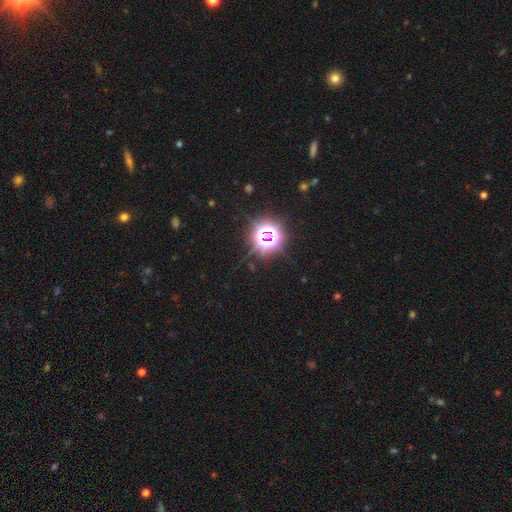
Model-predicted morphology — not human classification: star or artifact 81%, smooth 13%, featured or disk 5%.